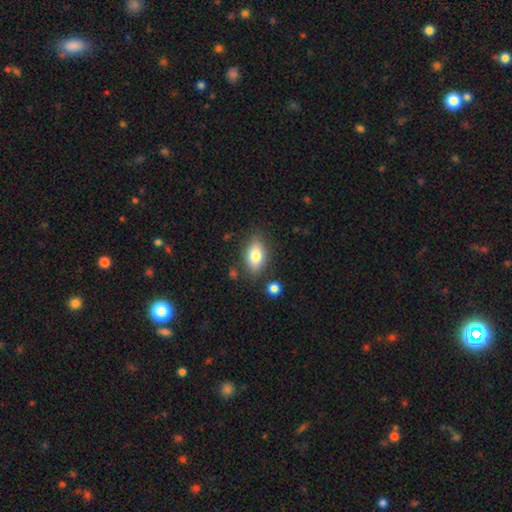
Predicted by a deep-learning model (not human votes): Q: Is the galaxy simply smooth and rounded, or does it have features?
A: smooth — 78%.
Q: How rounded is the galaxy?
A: in between — 87%.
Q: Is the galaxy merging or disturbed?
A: none — 79%.